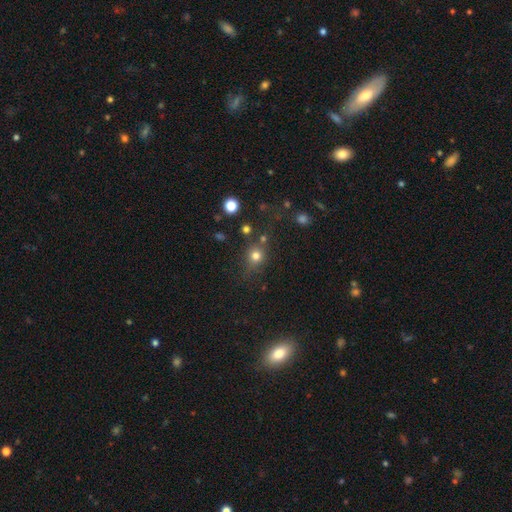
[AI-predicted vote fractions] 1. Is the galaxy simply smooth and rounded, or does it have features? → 75% smooth, 17% star or artifact, 8% featured or disk.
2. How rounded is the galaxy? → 84% round, 15% in between, 1% cigar-shaped.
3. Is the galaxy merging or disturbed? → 71% none, 14% minor disturbance, 8% merger, 6% major disturbance.